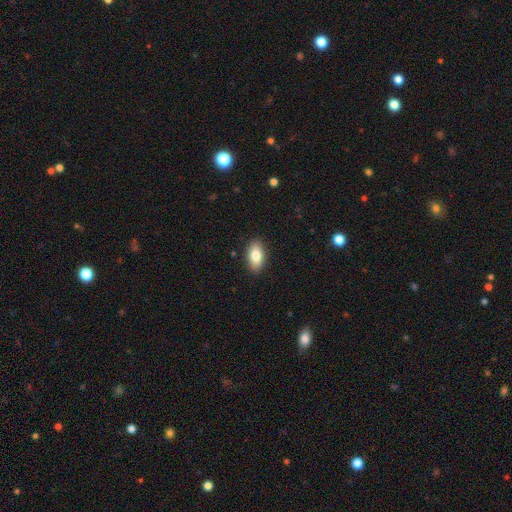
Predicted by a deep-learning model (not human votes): Smooth or featured? Predicted: smooth (p=0.83). How rounded? Predicted: in between (p=0.93). Merging? Predicted: none (p=0.89).